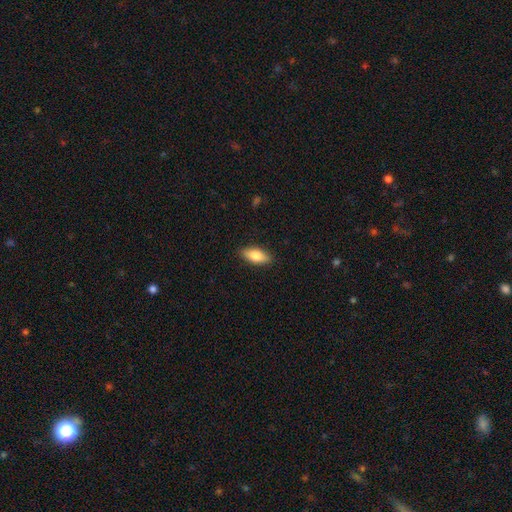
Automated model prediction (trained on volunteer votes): smooth 78%, featured or disk 16%, star or artifact 6%. Down the decision tree: how rounded — in between (80%); merging — none (89%).